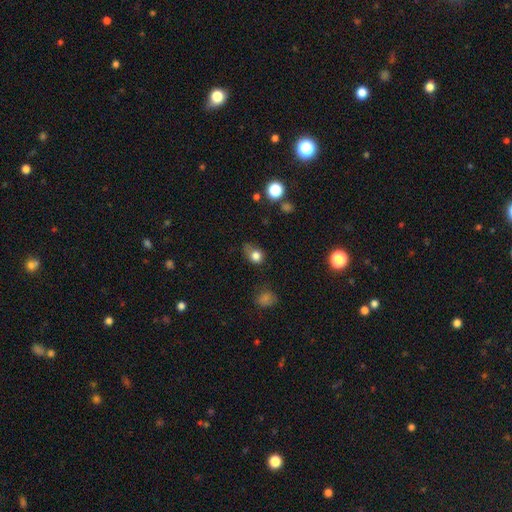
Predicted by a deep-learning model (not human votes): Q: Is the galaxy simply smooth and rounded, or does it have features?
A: smooth — 80%.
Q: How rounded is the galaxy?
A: round — 63%.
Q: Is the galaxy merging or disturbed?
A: none — 46%.